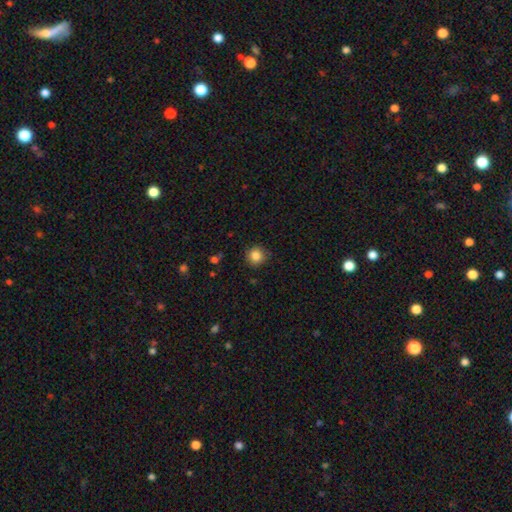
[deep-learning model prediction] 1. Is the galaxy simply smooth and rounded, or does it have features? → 84% smooth, 10% star or artifact, 6% featured or disk.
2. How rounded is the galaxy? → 92% round, 7% in between, 1% cigar-shaped.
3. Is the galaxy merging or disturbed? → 85% none, 12% minor disturbance, 2% major disturbance, 1% merger.